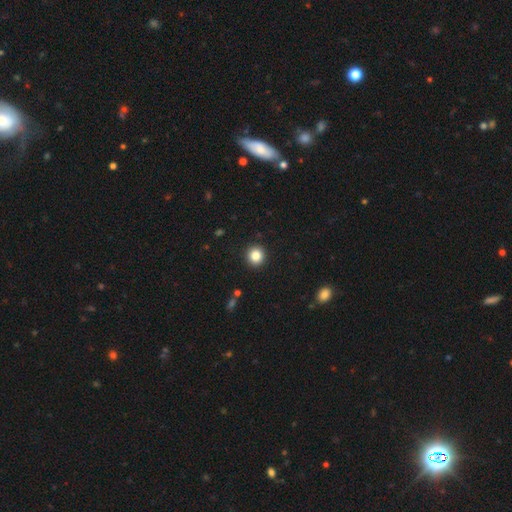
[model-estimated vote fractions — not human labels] Overall: smooth (84%). How rounded: round (92%). Merging: none (92%).